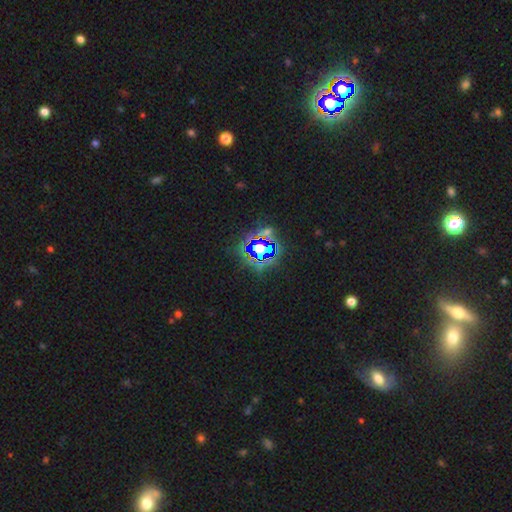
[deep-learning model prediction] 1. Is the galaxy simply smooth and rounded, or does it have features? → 79% star or artifact, 14% smooth, 7% featured or disk.